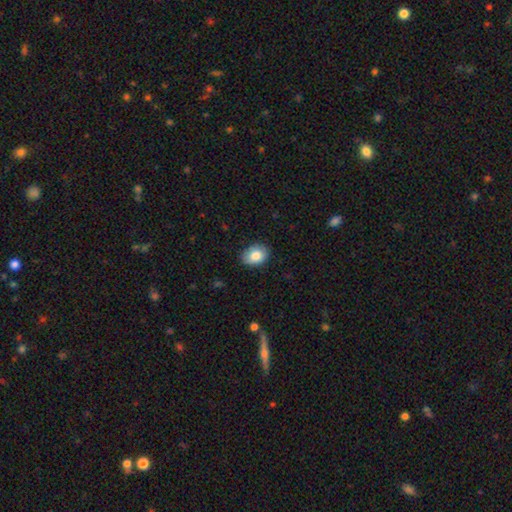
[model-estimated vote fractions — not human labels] smooth-or-featured: smooth: 83% | featured or disk: 9% | star or artifact: 8%
  how-rounded: in between: 71% | round: 28% | cigar-shaped: 1%
  merging: none: 83% | minor disturbance: 13% | major disturbance: 2% | merger: 1%